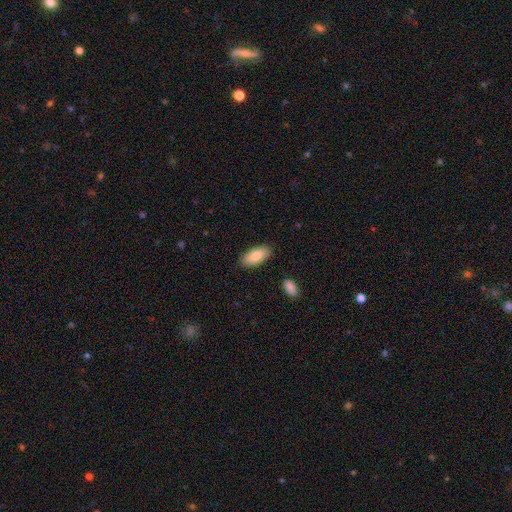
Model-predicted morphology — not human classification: Smooth or featured? smooth (81%)
How rounded? in between (91%)
Merging? none (86%)